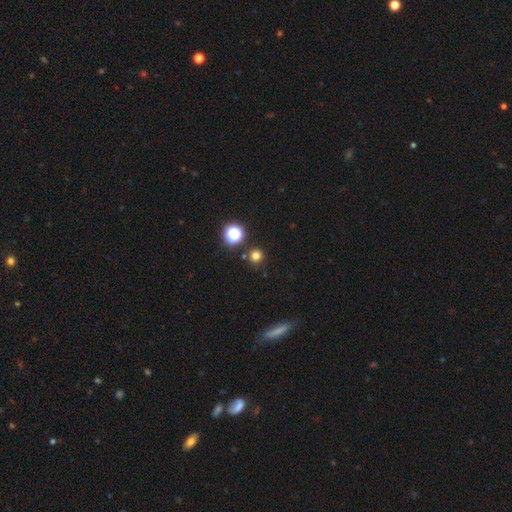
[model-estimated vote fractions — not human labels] Smooth or featured? smooth (76%)
How rounded? round (95%)
Merging? none (87%)